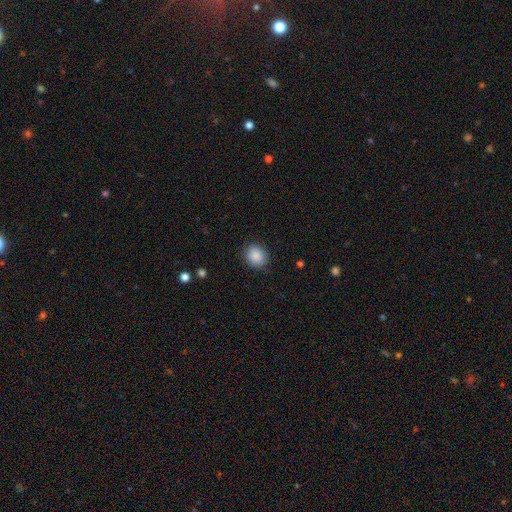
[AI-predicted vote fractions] Q: Smooth or featured?
A: smooth (88%); runner-up: star or artifact (8%)
Q: How rounded?
A: round (65%); runner-up: in between (34%)
Q: Merging?
A: none (87%); runner-up: minor disturbance (9%)